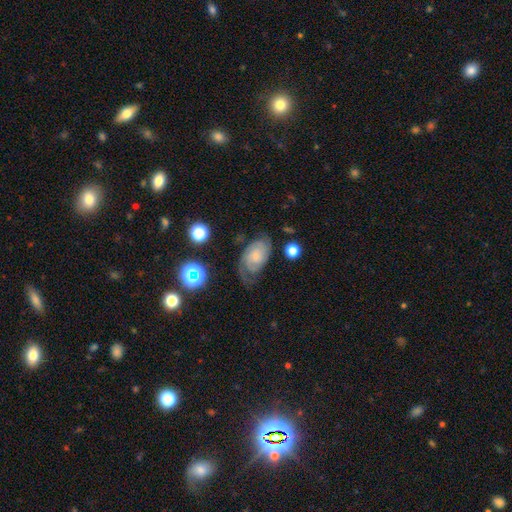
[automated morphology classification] Smooth or featured? featured or disk (72%)
Edge-on disk? no (96%)
Bar? no (68%)
Spiral arms? yes (94%)
Spiral winding? tight (55%)
Spiral arm count? 2 (61%)
Bulge size? small (47%)
Merging? none (60%)